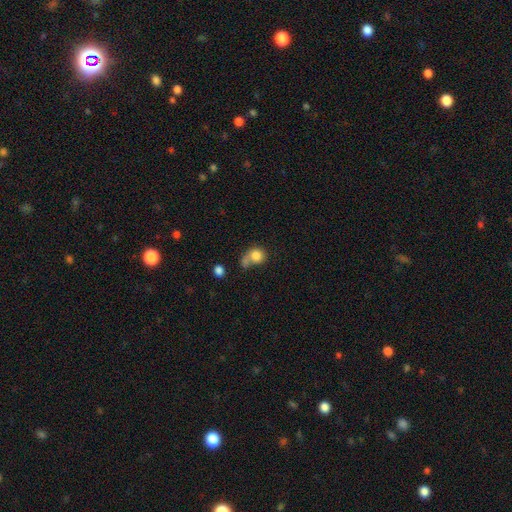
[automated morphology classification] Overall: smooth (80%). How rounded: round (74%). Merging: none (34%; merger 32%).